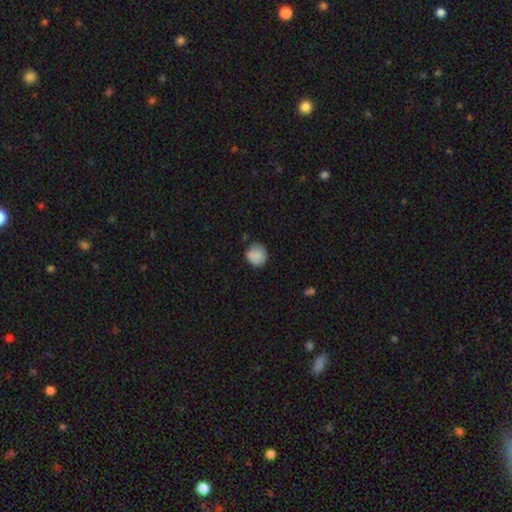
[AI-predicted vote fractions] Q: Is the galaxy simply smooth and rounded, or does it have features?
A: smooth — 86%.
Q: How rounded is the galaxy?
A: round — 86%.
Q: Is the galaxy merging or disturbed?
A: none — 73%.